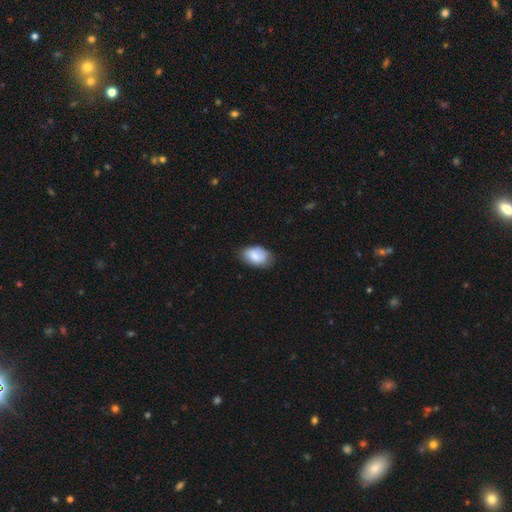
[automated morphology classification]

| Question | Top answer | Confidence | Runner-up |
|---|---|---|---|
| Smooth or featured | smooth | 82% | featured or disk (12%) |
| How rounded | in between | 91% | round (8%) |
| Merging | none | 73% | minor disturbance (22%) |